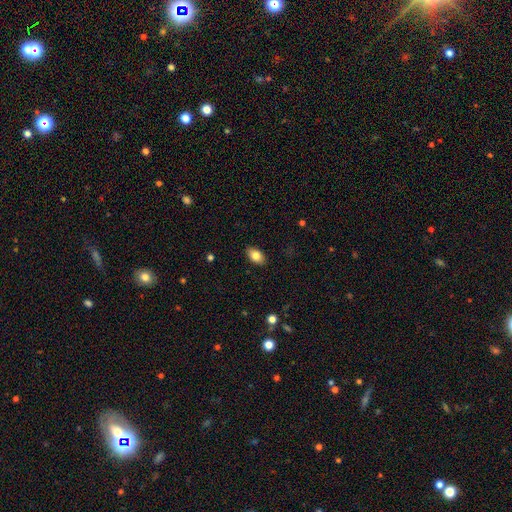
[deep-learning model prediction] Smooth or featured?
  - smooth: 81% *
  - featured or disk: 11%
  - star or artifact: 8%
How rounded?
  - in between: 91% *
  - round: 7%
  - cigar-shaped: 2%
Merging?
  - none: 88% *
  - minor disturbance: 9%
  - major disturbance: 2%
  - merger: 1%